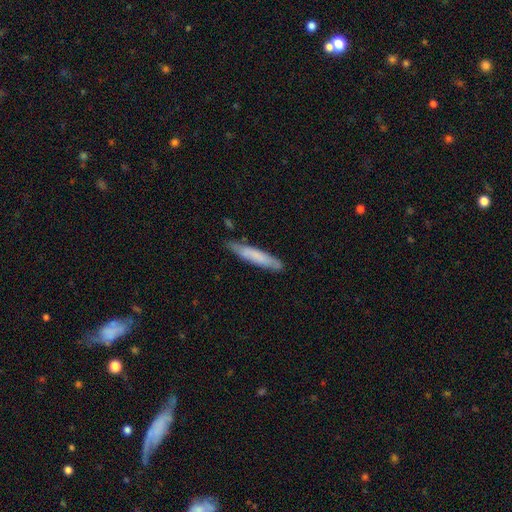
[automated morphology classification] This is likely a smooth galaxy (67%). How rounded: clearly cigar-shaped (91%). Merging: likely none (80%).